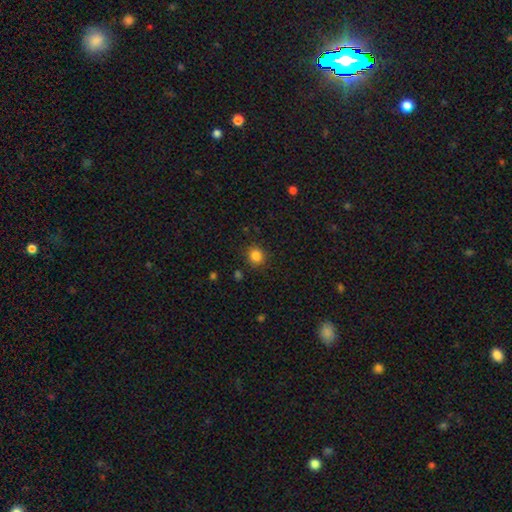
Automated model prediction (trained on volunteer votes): Morphology: type=smooth (84%); roundness=round (87%); merging=none (88%).